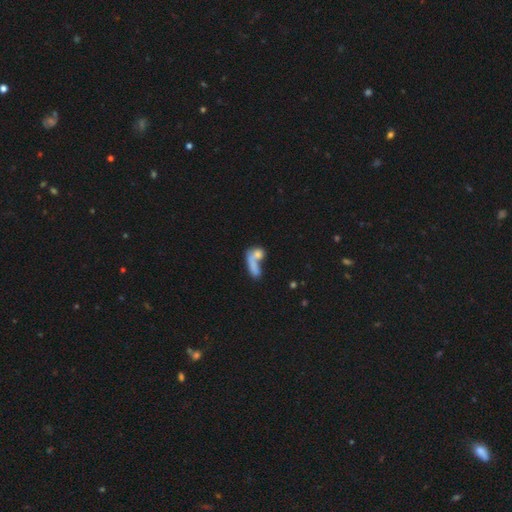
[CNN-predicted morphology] smooth 66%, featured or disk 23%, star or artifact 11%. Down the decision tree: how rounded — in between (57%); merging — merger (57%).